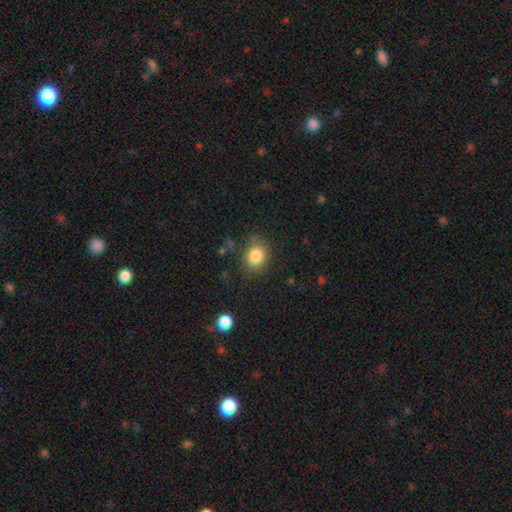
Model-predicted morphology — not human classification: smooth_or_featured: smooth (p=0.84) [alt: star or artifact p=0.10]
how_rounded: round (p=0.60) [alt: in between p=0.39]
merging: none (p=0.77) [alt: minor disturbance p=0.15]